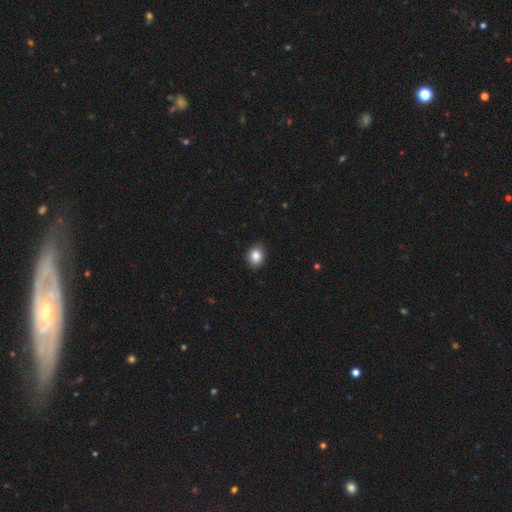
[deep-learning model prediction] smooth 86%, star or artifact 9%, featured or disk 5%. Down the decision tree: how rounded — round (50%); merging — none (90%).